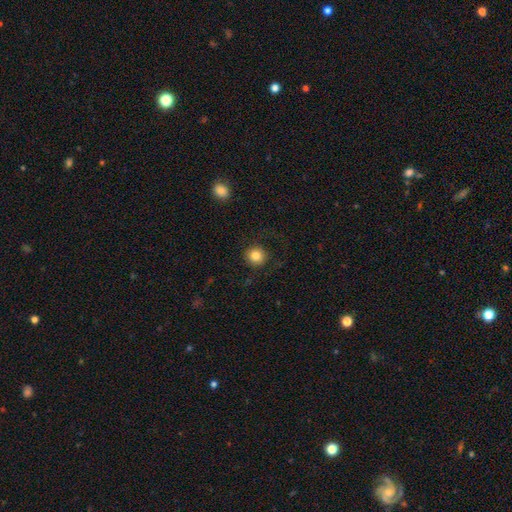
smooth 89%, star or artifact 11%, featured or disk 0%. Down the decision tree: how rounded — round (94%); merging — none (88%).